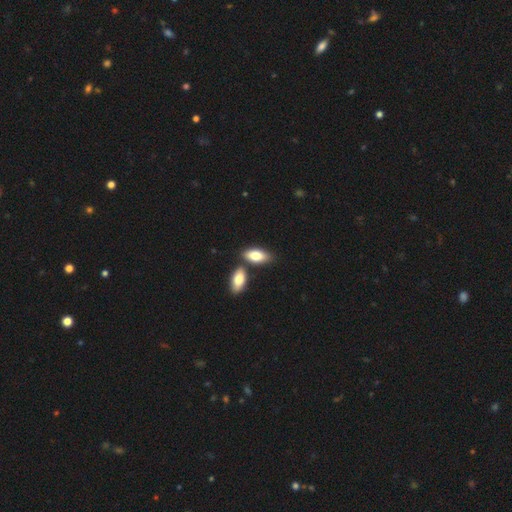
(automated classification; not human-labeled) Smooth or featured? smooth (79%)
How rounded? in between (87%)
Merging? none (61%)